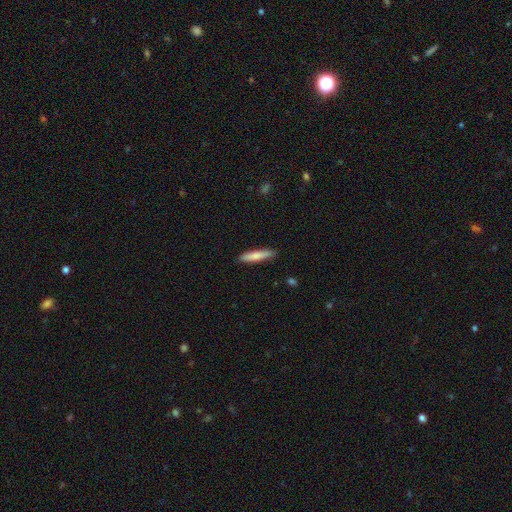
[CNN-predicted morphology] A smooth galaxy with no disk features (77%) that is cigar-shaped (86%).

Vote fractions:
- Smooth or featured? smooth: 77% / featured or disk: 18% / star or artifact: 5%
- How rounded? cigar-shaped: 86% / in between: 12% / round: 1%
- Merging? none: 88% / minor disturbance: 10% / major disturbance: 2% / merger: 1%